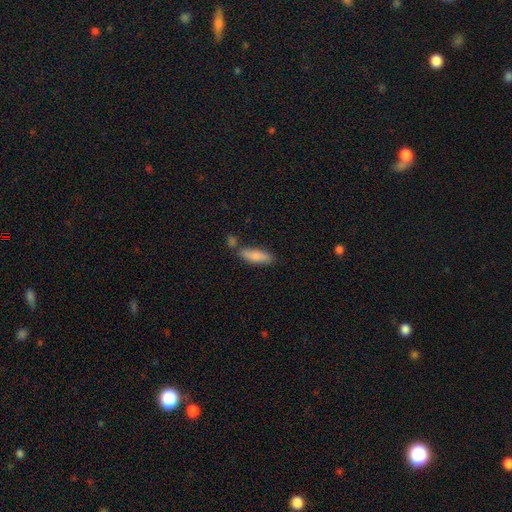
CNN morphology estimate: Smooth or featured?
  - smooth: 81% *
  - featured or disk: 13%
  - star or artifact: 6%
How rounded?
  - in between: 51% *
  - cigar-shaped: 46%
  - round: 2%
Merging?
  - none: 71% *
  - minor disturbance: 14%
  - merger: 12%
  - major disturbance: 3%